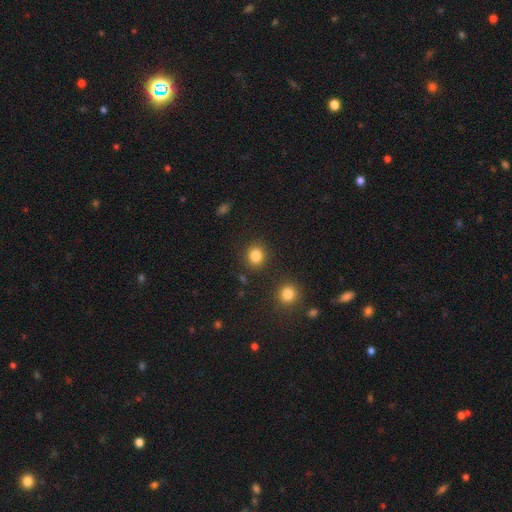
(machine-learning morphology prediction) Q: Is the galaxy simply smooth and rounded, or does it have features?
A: smooth — 85%.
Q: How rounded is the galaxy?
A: round — 83%.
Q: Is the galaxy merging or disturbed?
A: none — 88%.